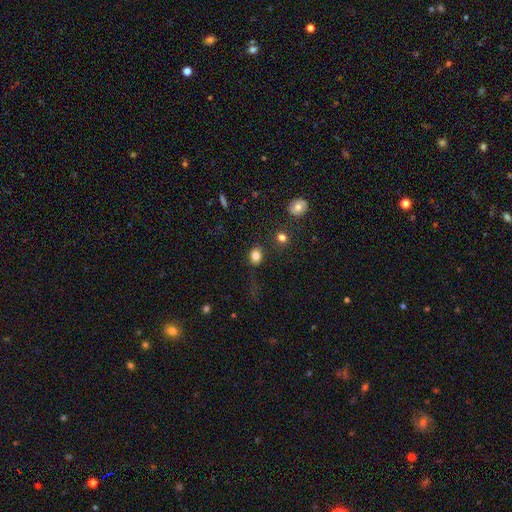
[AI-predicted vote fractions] smooth 82%, star or artifact 11%, featured or disk 6%. Down the decision tree: how rounded — in between (55%); merging — none (75%).